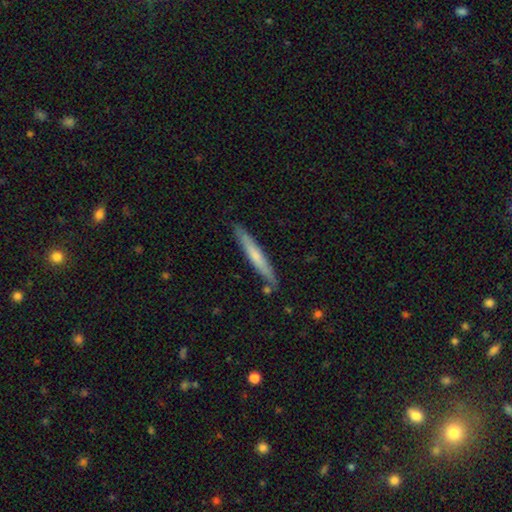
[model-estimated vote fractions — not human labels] Overall: smooth (56%; featured or disk 38%). How rounded: cigar-shaped (95%). Merging: none (86%).